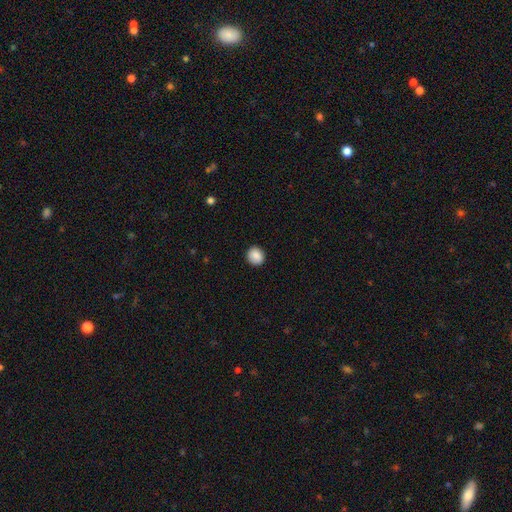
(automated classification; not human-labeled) The model was most divided on "how rounded": round: 83%, in between: 16%, cigar-shaped: 1%. More confident: merging — none (90%); smooth or featured — smooth (88%).